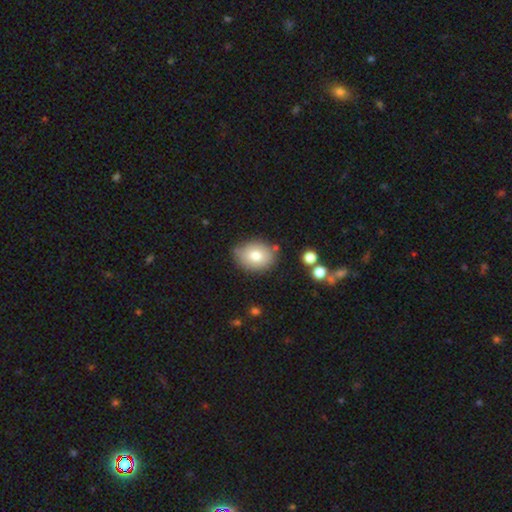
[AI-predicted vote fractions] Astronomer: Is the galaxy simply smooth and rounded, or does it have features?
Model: smooth — 78%.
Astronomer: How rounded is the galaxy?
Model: in between — 59% (runner-up: round, 40%).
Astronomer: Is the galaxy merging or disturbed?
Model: none — 76%.